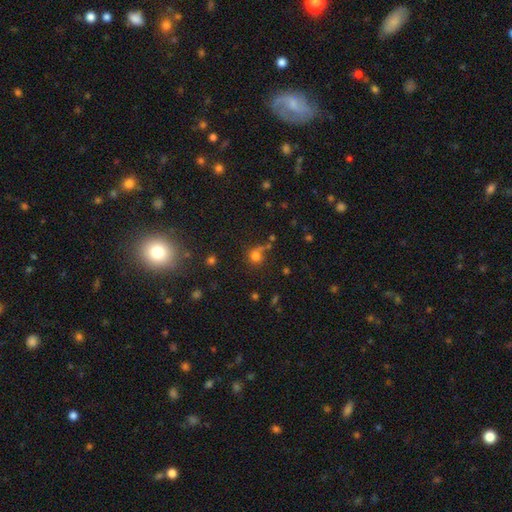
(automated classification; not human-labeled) Smooth or featured?
  - smooth: 73% *
  - star or artifact: 19%
  - featured or disk: 8%
How rounded?
  - round: 88% *
  - in between: 11%
  - cigar-shaped: 1%
Merging?
  - none: 60% *
  - minor disturbance: 16%
  - merger: 15%
  - major disturbance: 9%